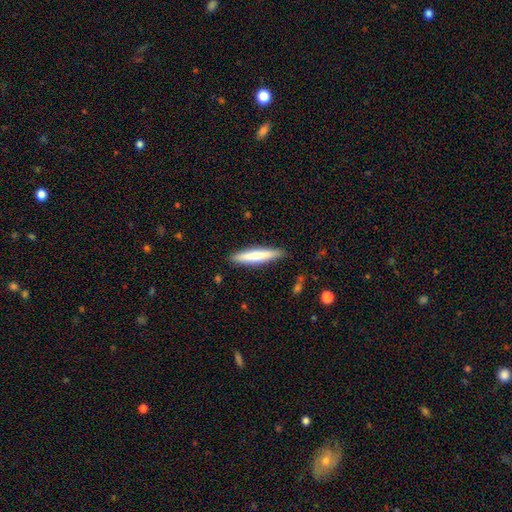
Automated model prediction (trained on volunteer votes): Overall: smooth (68%). How rounded: cigar-shaped (90%). Merging: none (88%).